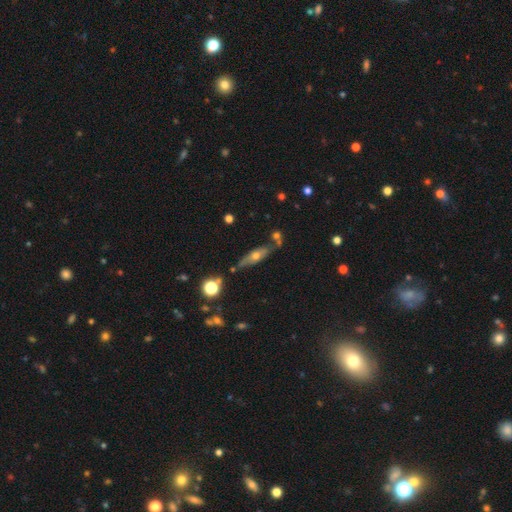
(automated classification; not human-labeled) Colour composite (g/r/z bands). It shows a featured or disk galaxy (57%) viewed edge-on (75%). Merging: none (67%).